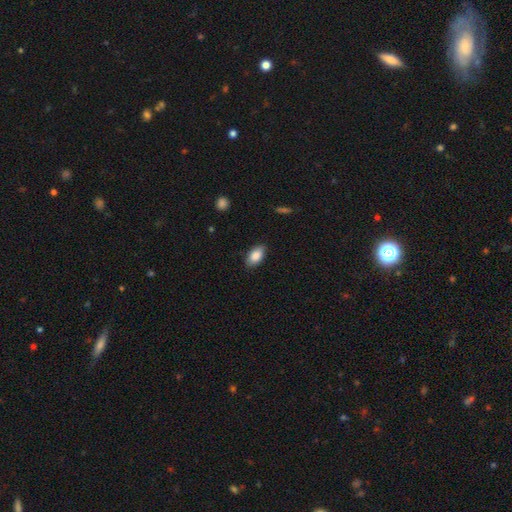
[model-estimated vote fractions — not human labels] A smooth galaxy with no disk features (86%) that is in between round and cigar-shaped (92%). Merging: none (84%).